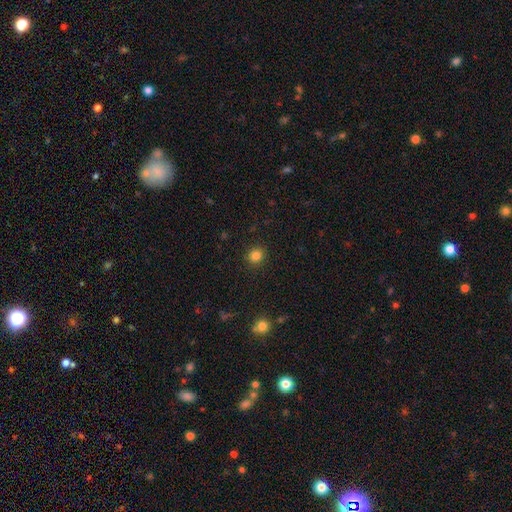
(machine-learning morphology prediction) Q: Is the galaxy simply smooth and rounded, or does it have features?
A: smooth — 82%.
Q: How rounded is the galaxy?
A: round — 87%.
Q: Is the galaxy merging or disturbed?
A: none — 91%.